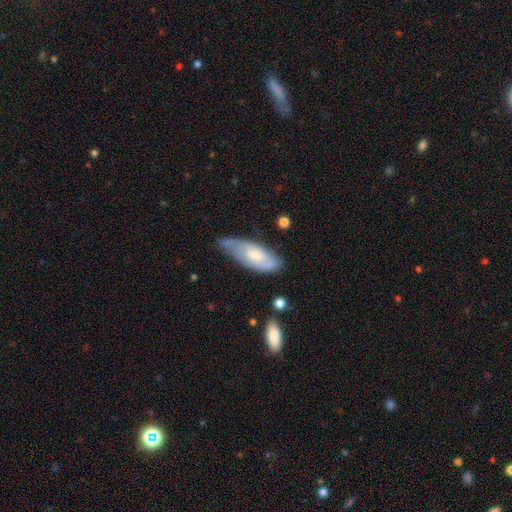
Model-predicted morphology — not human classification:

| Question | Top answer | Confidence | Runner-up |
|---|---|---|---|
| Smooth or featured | smooth | 49% | featured or disk (45%) |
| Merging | none | 47% | minor disturbance (37%) |